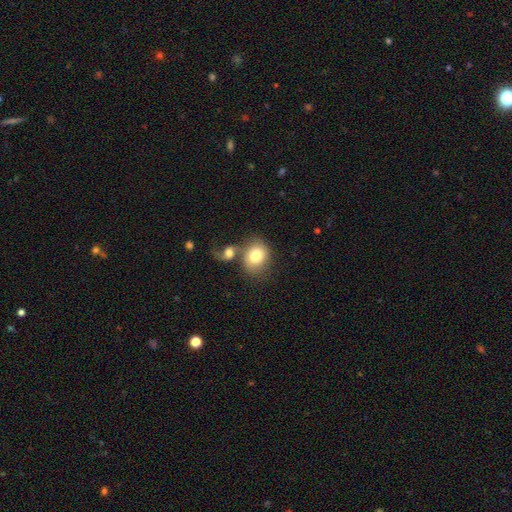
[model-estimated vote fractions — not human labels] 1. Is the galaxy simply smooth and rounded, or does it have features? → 76% smooth, 16% featured or disk, 8% star or artifact.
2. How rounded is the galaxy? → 51% round, 48% in between, 1% cigar-shaped.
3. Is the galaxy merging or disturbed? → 42% none, 38% merger, 13% minor disturbance, 7% major disturbance.